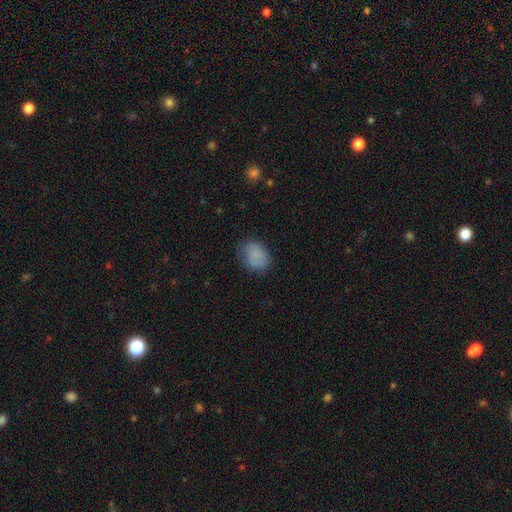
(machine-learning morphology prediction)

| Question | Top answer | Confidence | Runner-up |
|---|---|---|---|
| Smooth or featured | smooth | 83% | star or artifact (9%) |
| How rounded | in between | 55% | round (44%) |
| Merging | none | 72% | minor disturbance (21%) |